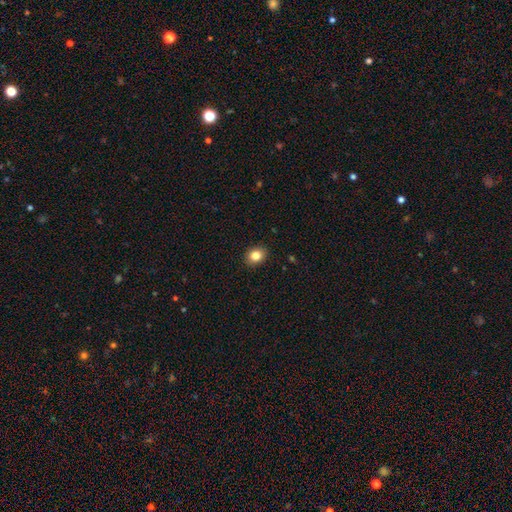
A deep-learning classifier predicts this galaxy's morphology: Smooth or featured? Predicted: smooth (p=0.84). How rounded? Predicted: round (p=0.51). Merging? Predicted: none (p=0.90).